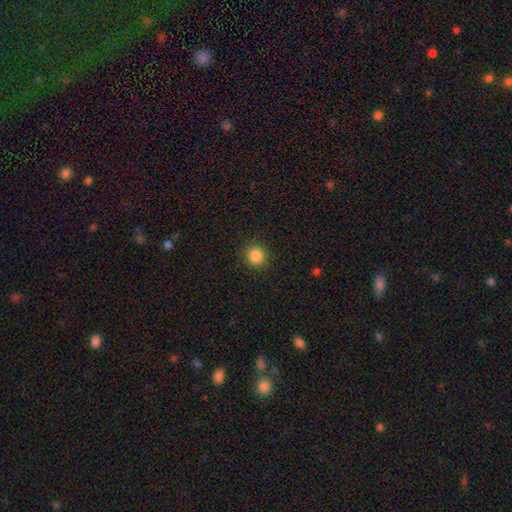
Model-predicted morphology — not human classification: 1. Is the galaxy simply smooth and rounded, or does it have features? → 86% smooth, 11% star or artifact, 3% featured or disk.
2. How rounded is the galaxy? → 89% round, 10% in between, 1% cigar-shaped.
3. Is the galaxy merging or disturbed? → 90% none, 7% minor disturbance, 2% major disturbance, 1% merger.